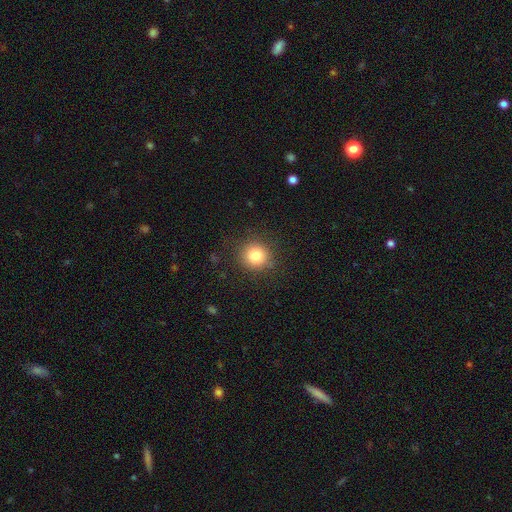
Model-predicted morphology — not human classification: A smooth galaxy with no disk features (82%) that is round (92%). Merging: none (88%).